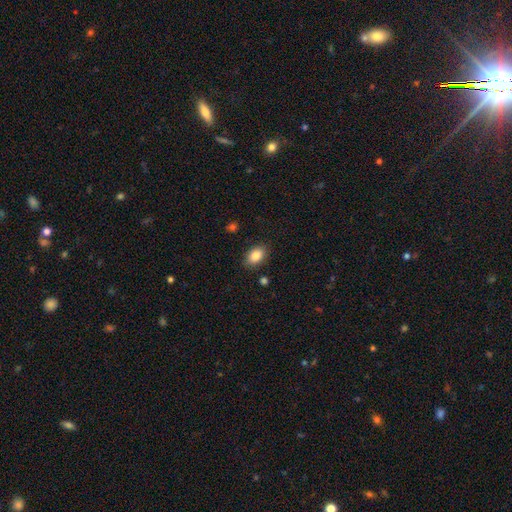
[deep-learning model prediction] A smooth galaxy with no disk features (85%) that is in between round and cigar-shaped (86%).

Vote fractions:
- Smooth or featured? smooth: 85% / star or artifact: 8% / featured or disk: 7%
- How rounded? in between: 86% / round: 13% / cigar-shaped: 1%
- Merging? none: 86% / minor disturbance: 10% / major disturbance: 2% / merger: 1%